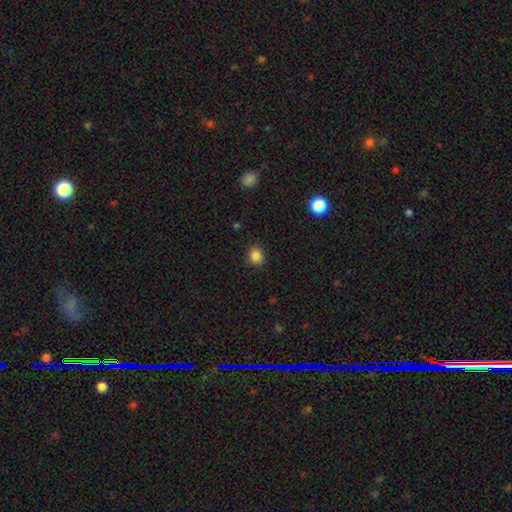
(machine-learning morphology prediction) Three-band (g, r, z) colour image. It shows a smooth galaxy with no disk features (85%) that is round (76%). Merging: none (89%).